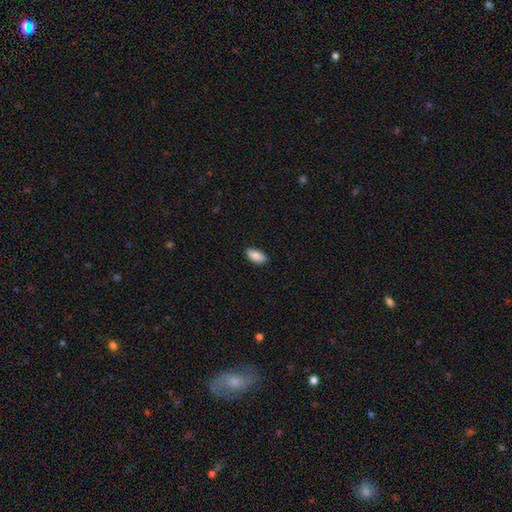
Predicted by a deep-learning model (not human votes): Smooth or featured: smooth — 88% (star or artifact — 6%)
How rounded: in between — 92% (cigar-shaped — 6%)
Merging: none — 87% (minor disturbance — 10%)